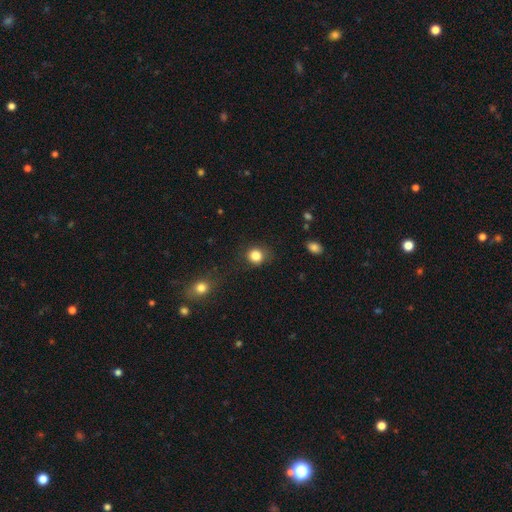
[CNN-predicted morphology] This appears to be a smooth galaxy with no disk features (84%) that is round (85%). Merging: none (80%).